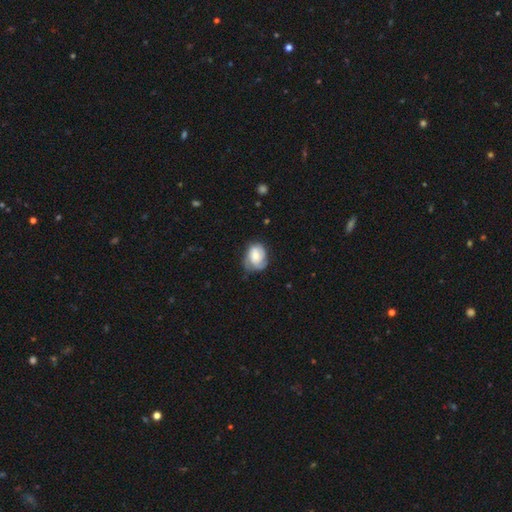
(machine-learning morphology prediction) Smooth or featured? featured or disk (57%)
Edge-on disk? no (97%)
Bar? no (61%)
Spiral arms? yes (88%)
Bulge size? moderate (45%)
Merging? none (54%)